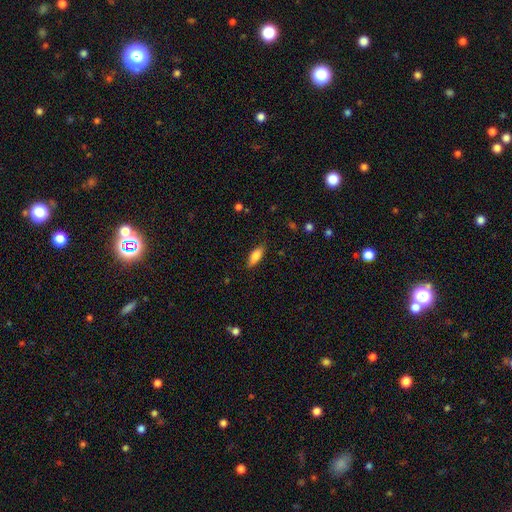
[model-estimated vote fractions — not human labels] Smooth or featured? Predicted: smooth (p=0.82). How rounded? Predicted: in between (p=0.75). Merging? Predicted: none (p=0.84).